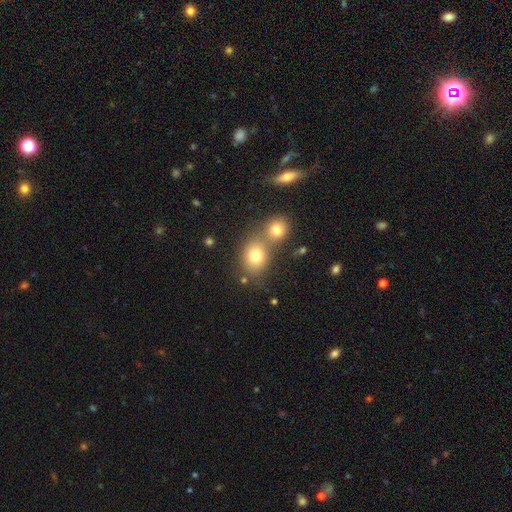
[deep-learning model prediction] This is likely a smooth galaxy (76%). How rounded: likely round (63%). Merging: possibly none (46%).